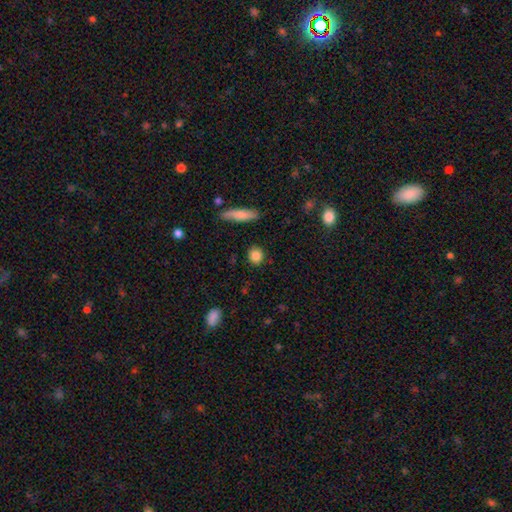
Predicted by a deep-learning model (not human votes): The model was most divided on "how rounded": round: 74%, in between: 22%, cigar-shaped: 3%. More confident: merging — none (89%); smooth or featured — smooth (85%).